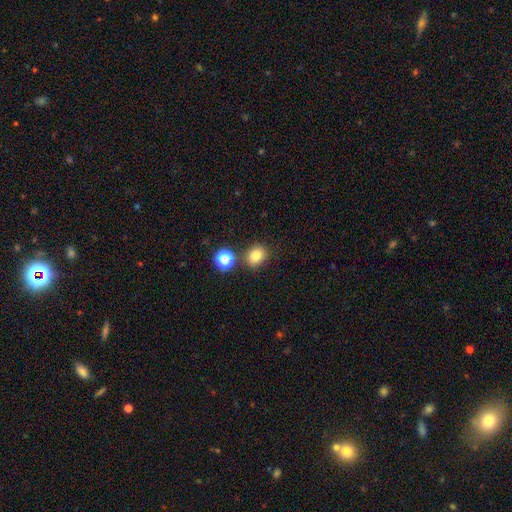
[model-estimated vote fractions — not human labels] Q: Smooth or featured?
A: smooth (80%); runner-up: star or artifact (14%)
Q: How rounded?
A: round (64%); runner-up: in between (35%)
Q: Merging?
A: none (75%); runner-up: minor disturbance (11%)